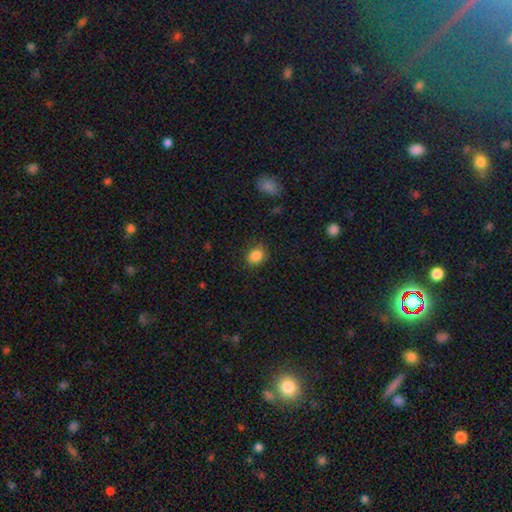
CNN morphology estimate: This appears to be a smooth galaxy with no disk features (86%) that is round (59%). Merging: none (83%).